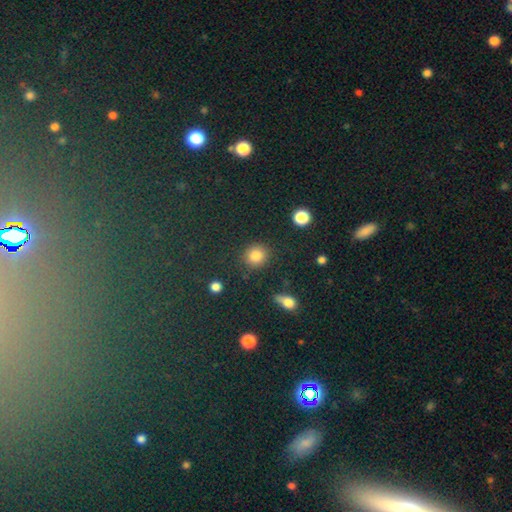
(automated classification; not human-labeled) This is clearly a smooth galaxy (82%). How rounded: clearly round (85%). Merging: clearly none (86%).